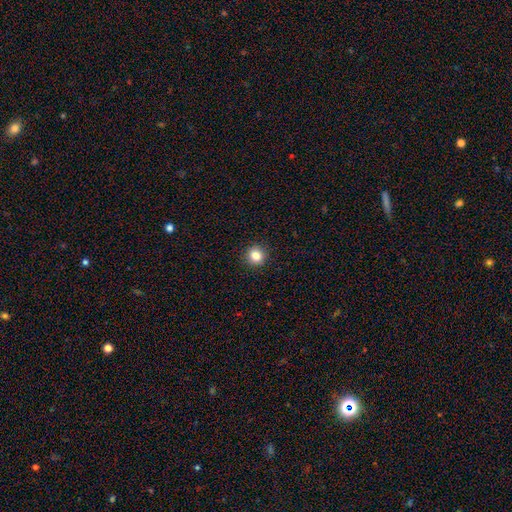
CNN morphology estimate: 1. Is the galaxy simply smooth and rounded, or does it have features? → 84% smooth, 11% star or artifact, 5% featured or disk.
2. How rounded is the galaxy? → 92% round, 7% in between, 1% cigar-shaped.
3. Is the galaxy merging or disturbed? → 92% none, 5% minor disturbance, 2% major disturbance, 1% merger.